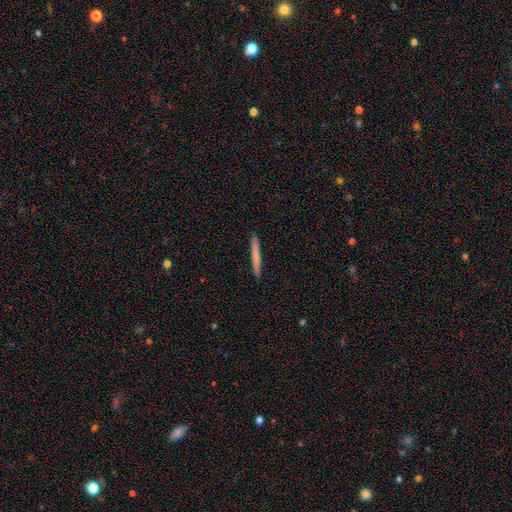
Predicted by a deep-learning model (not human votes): Smooth or featured: smooth — 69% (featured or disk — 25%)
How rounded: cigar-shaped — 97% (in between — 2%)
Merging: none — 93% (minor disturbance — 5%)